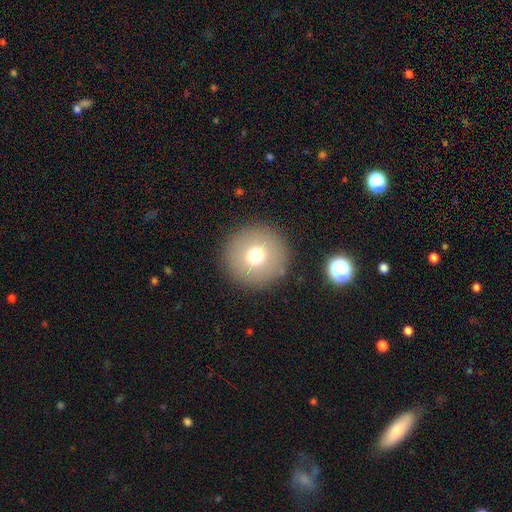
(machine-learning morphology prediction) smooth-or-featured: smooth: 71% | featured or disk: 16% | star or artifact: 12%
  how-rounded: round: 96% | in between: 3% | cigar-shaped: 1%
  merging: none: 90% | minor disturbance: 6% | major disturbance: 3% | merger: 2%